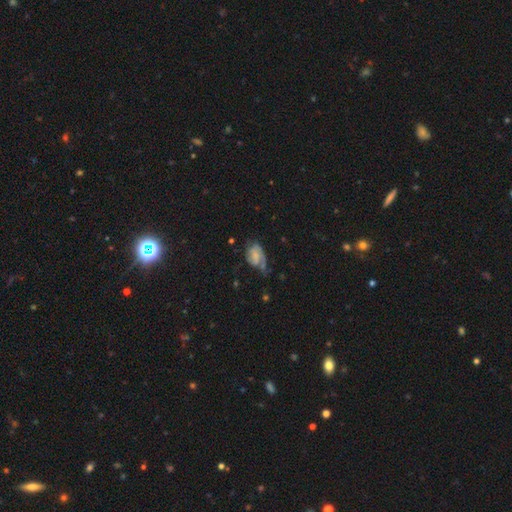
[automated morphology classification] type=featured or disk (50%); edge-on=no (96%); merging=none (35%).